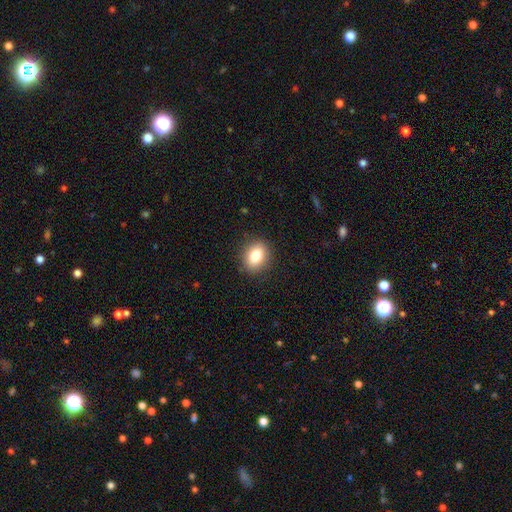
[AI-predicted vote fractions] Smooth or featured?
  - smooth: 82% *
  - star or artifact: 9%
  - featured or disk: 8%
How rounded?
  - in between: 61% *
  - round: 38%
  - cigar-shaped: 1%
Merging?
  - none: 88% *
  - minor disturbance: 9%
  - major disturbance: 3%
  - merger: 1%